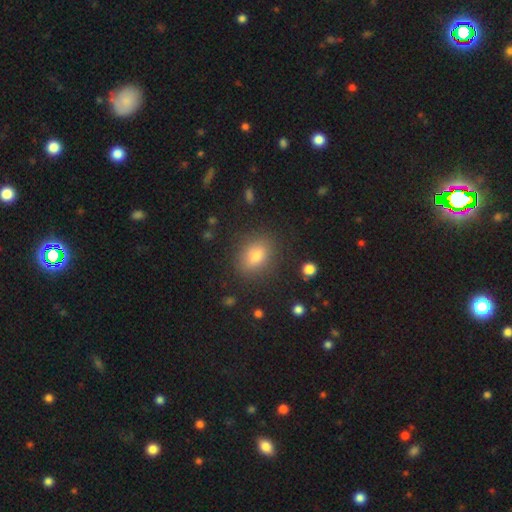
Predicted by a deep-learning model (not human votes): Q: Smooth or featured?
A: smooth (77%); runner-up: star or artifact (12%)
Q: How rounded?
A: in between (61%); runner-up: round (37%)
Q: Merging?
A: none (84%); runner-up: minor disturbance (11%)